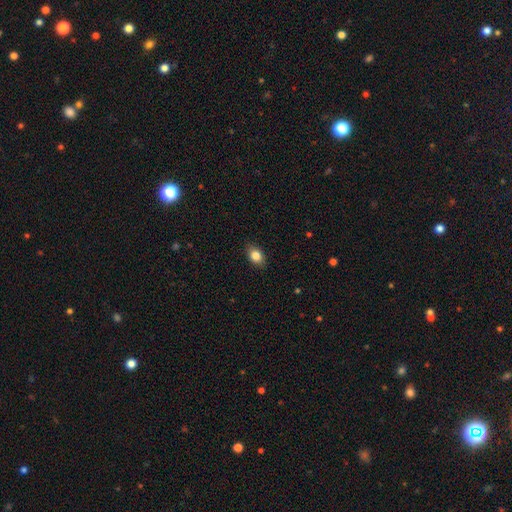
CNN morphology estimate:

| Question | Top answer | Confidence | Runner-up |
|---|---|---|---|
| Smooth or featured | smooth | 84% | star or artifact (8%) |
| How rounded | in between | 77% | round (21%) |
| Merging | none | 86% | minor disturbance (10%) |